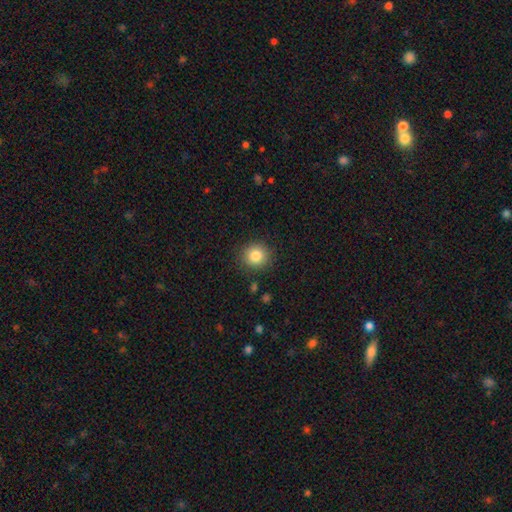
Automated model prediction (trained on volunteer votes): Smooth or featured: smooth — 84% (star or artifact — 10%)
How rounded: round — 90% (in between — 9%)
Merging: none — 89% (minor disturbance — 8%)